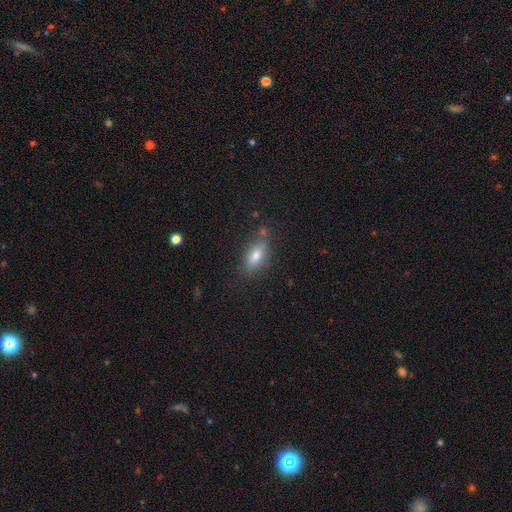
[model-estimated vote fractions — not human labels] Smooth or featured? Predicted: smooth (p=0.75). How rounded? Predicted: in between (p=0.82). Merging? Predicted: none (p=0.75).